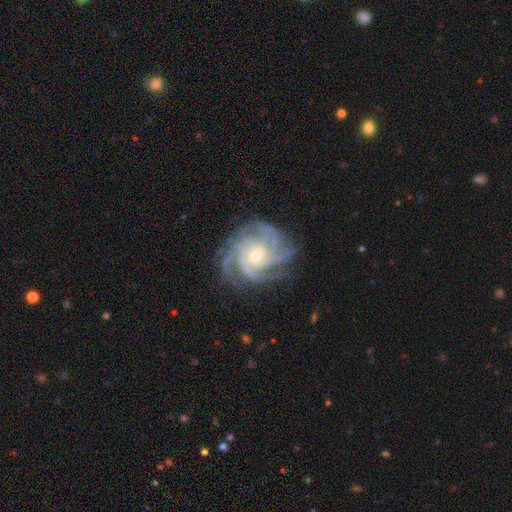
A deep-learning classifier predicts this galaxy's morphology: A featured or disk galaxy (91%) with no bar (70%), 4 (37%) tight (68%) spiral arms (98%) and a small central bulge (60%).

Vote fractions:
- Smooth or featured? featured or disk: 91% / star or artifact: 5% / smooth: 4%
- Edge-on disk? no: 98% / yes: 2%
- Bar? no: 70% / weak: 24% / strong: 6%
- Spiral arms? yes: 98% / no: 2%
- Spiral winding? tight: 68% / medium: 28% / loose: 4%
- Spiral arm count? 4: 37% / more than 4: 21% / 3: 15% / can't tell: 13% / 2: 7% / 1: 7%
- Bulge size? small: 60% / moderate: 37% / large: 2% / none: 1% / dominant: 1%
- Merging? none: 78% / minor disturbance: 15% / major disturbance: 5% / merger: 1%